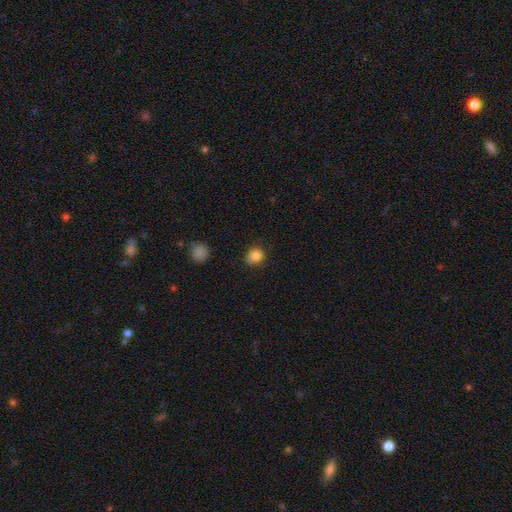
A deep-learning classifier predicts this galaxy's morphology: Smooth or featured? smooth (85%)
How rounded? round (85%)
Merging? none (76%)